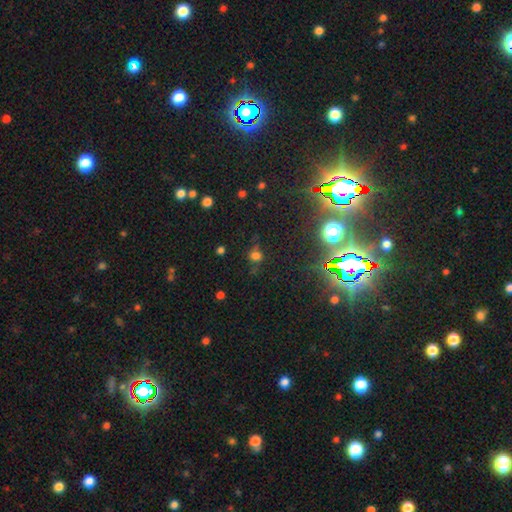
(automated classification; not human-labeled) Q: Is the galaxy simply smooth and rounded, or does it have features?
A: smooth — 55%.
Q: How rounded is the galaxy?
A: round — 84%.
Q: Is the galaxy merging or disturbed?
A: none — 66%.